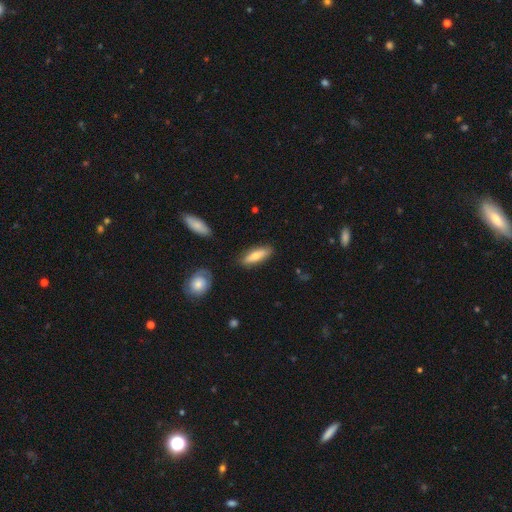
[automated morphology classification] A smooth galaxy with no disk features (67%) that is in between round and cigar-shaped (50%).

Vote fractions:
- Smooth or featured? smooth: 67% / featured or disk: 27% / star or artifact: 6%
- How rounded? in between: 50% / cigar-shaped: 48% / round: 2%
- Merging? none: 84% / minor disturbance: 11% / major disturbance: 2% / merger: 2%